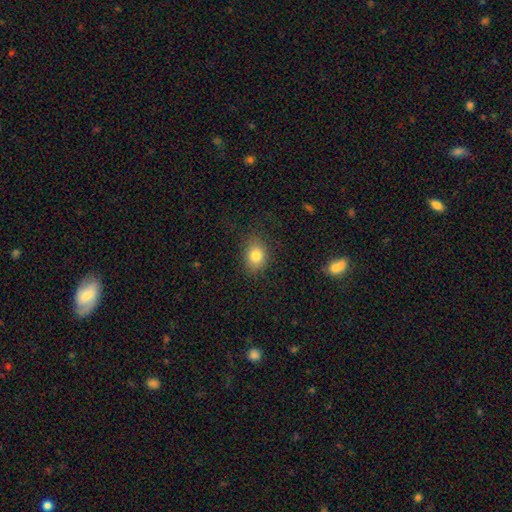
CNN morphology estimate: Smooth or featured: smooth — 81% (star or artifact — 11%)
How rounded: in between — 55% (round — 44%)
Merging: none — 80% (minor disturbance — 14%)